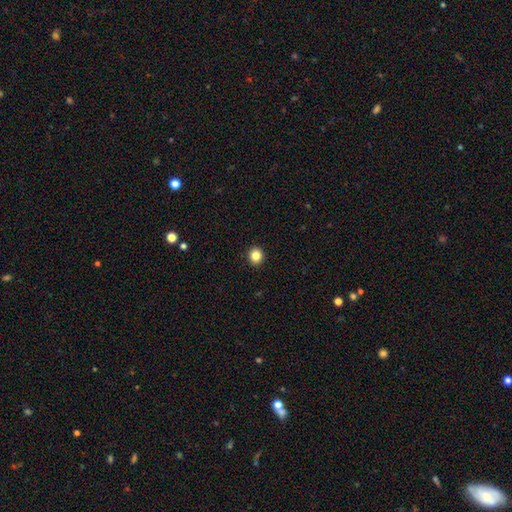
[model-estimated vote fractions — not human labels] smooth 84%, star or artifact 11%, featured or disk 5%. Down the decision tree: how rounded — round (81%); merging — none (93%).